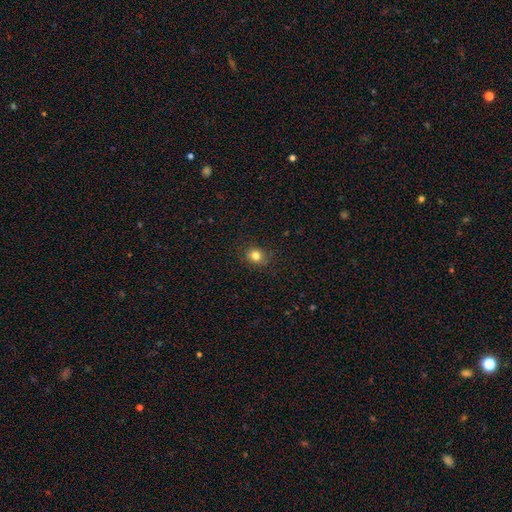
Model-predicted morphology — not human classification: smooth-or-featured: smooth: 81% | star or artifact: 13% | featured or disk: 7%
  how-rounded: round: 75% | in between: 24% | cigar-shaped: 1%
  merging: none: 86% | minor disturbance: 10% | major disturbance: 3% | merger: 1%